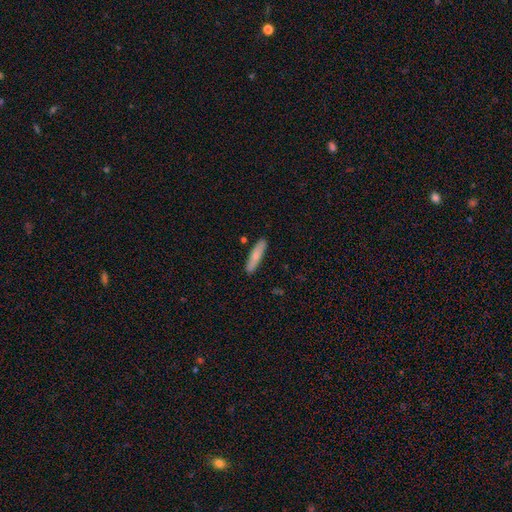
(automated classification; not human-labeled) A smooth galaxy with no disk features (73%) that is cigar-shaped (83%).

Vote fractions:
- Smooth or featured? smooth: 73% / featured or disk: 21% / star or artifact: 6%
- How rounded? cigar-shaped: 83% / in between: 16% / round: 2%
- Merging? none: 88% / minor disturbance: 9% / merger: 2% / major disturbance: 2%